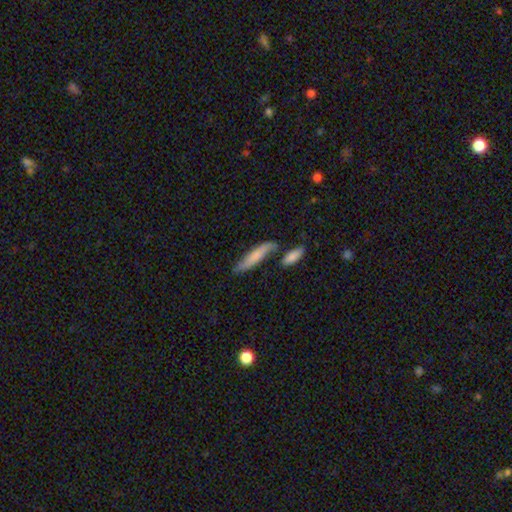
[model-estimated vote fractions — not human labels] Smooth or featured?
  - smooth: 63% *
  - featured or disk: 31%
  - star or artifact: 6%
How rounded?
  - cigar-shaped: 77% *
  - in between: 21%
  - round: 2%
Merging?
  - none: 59% *
  - minor disturbance: 18%
  - merger: 17%
  - major disturbance: 5%